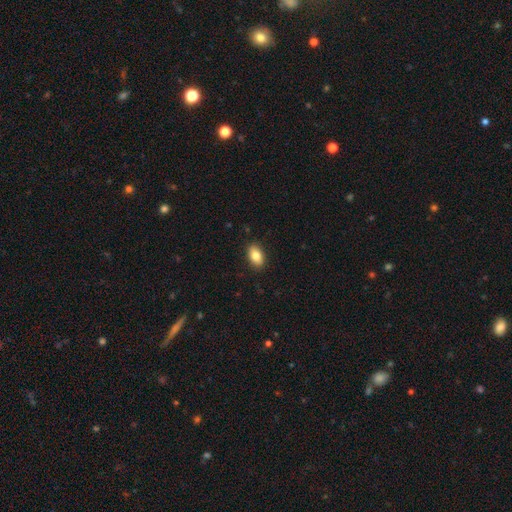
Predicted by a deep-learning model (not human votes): smooth 82%, featured or disk 10%, star or artifact 7%. Down the decision tree: how rounded — in between (89%); merging — none (88%).